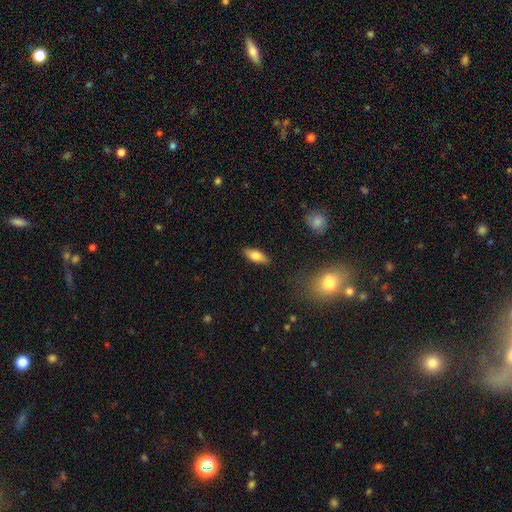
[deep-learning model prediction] Smooth or featured? smooth (79%)
How rounded? in between (77%)
Merging? none (87%)